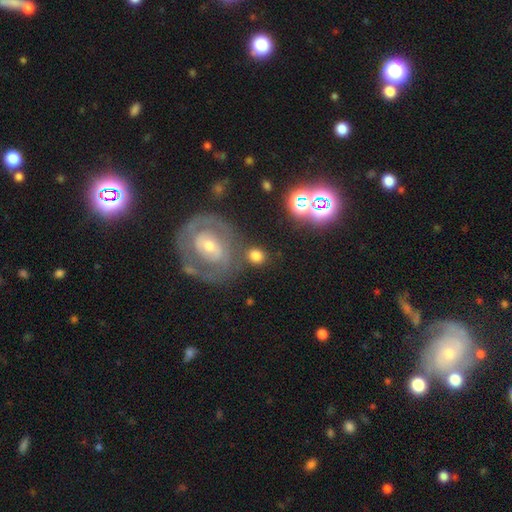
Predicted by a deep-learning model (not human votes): Overall: smooth (69%). How rounded: round (73%). Merging: none (68%).